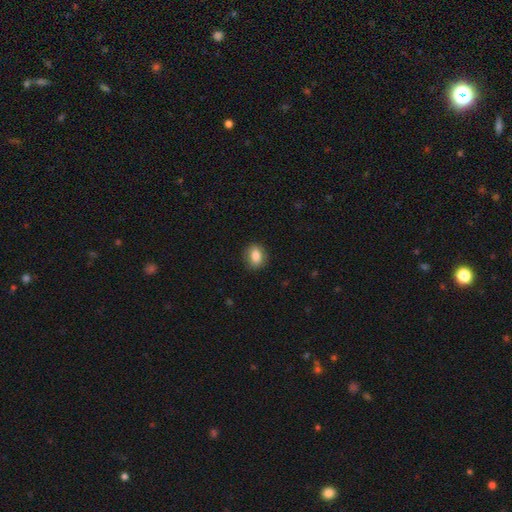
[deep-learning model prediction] This is clearly a smooth galaxy (84%). How rounded: likely in between (64%). Merging: clearly none (85%).